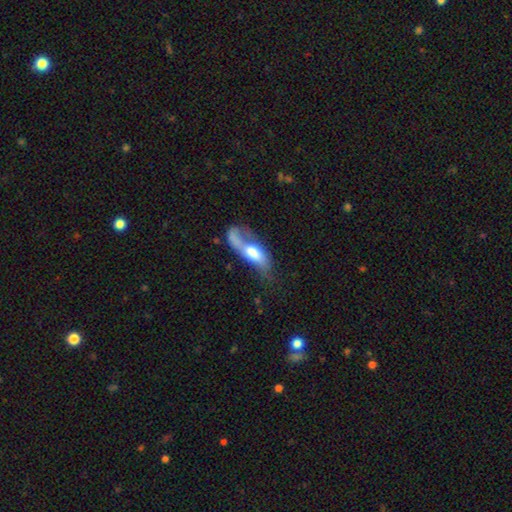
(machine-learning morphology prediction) smooth-or-featured: smooth: 56% | featured or disk: 37% | star or artifact: 7%
  how-rounded: in between: 70% | cigar-shaped: 26% | round: 4%
  merging: major disturbance: 38% | merger: 23% | none: 21% | minor disturbance: 18%